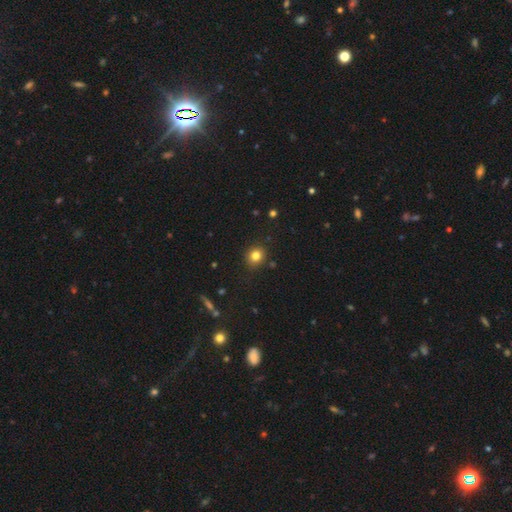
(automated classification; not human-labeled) This appears to be a smooth galaxy with no disk features (81%) that is round (83%). Merging: none (89%).